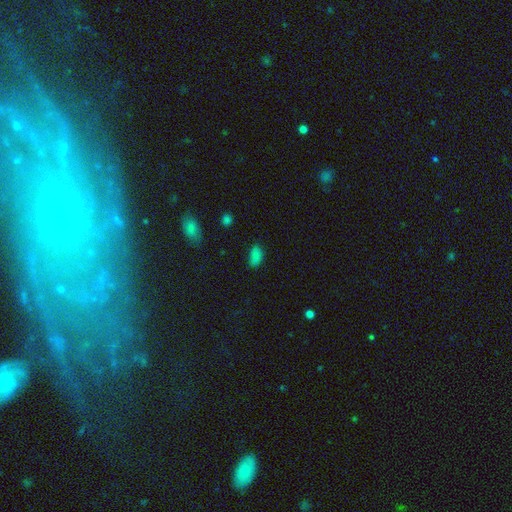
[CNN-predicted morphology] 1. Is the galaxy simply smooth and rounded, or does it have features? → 79% smooth, 15% star or artifact, 6% featured or disk.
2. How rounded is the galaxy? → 92% in between, 5% round, 3% cigar-shaped.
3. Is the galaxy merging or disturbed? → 67% none, 24% minor disturbance, 6% major disturbance, 3% merger.